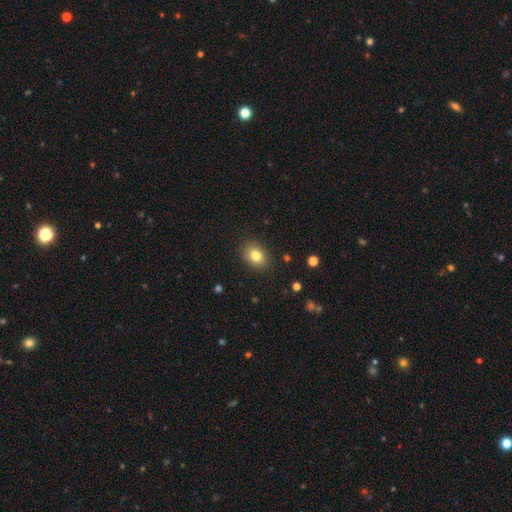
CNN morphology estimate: The model was most divided on "how rounded": in between: 60%, round: 39%, cigar-shaped: 1%. More confident: merging — none (87%); smooth or featured — smooth (82%).